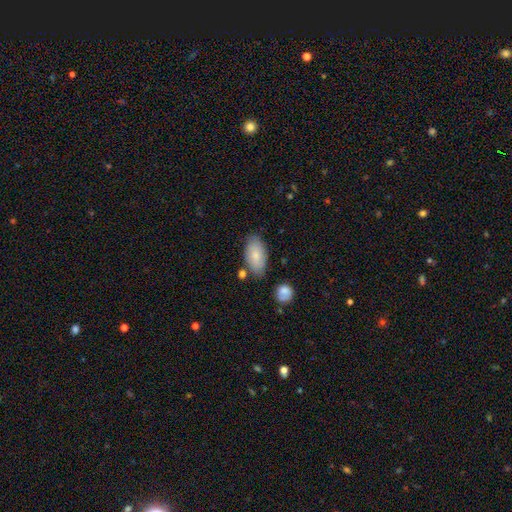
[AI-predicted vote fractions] The model was most divided on "merging": none: 72%, minor disturbance: 18%, merger: 6%, major disturbance: 4%. More confident: how rounded — in between (93%); smooth or featured — smooth (80%).